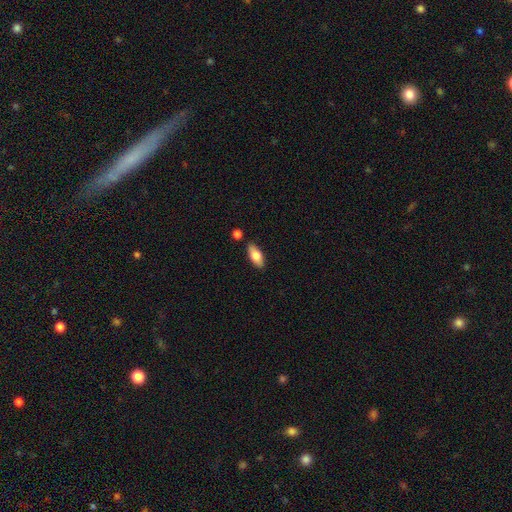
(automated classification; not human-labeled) A smooth galaxy with no disk features (76%) that is in between round and cigar-shaped (85%). Merging: none (84%).